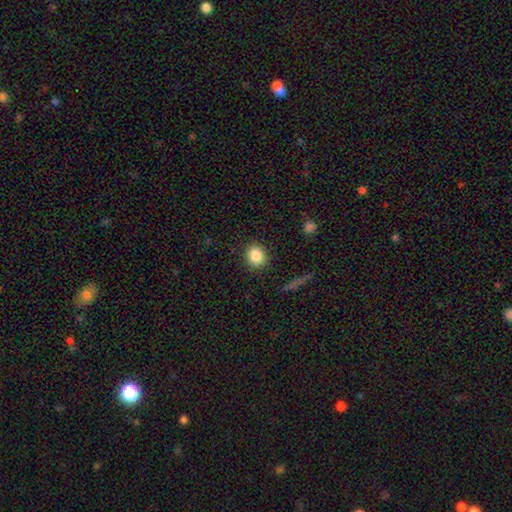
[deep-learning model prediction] smooth_or_featured: smooth (p=0.85) [alt: star or artifact p=0.09]
how_rounded: round (p=0.77) [alt: in between p=0.22]
merging: none (p=0.89) [alt: minor disturbance p=0.07]